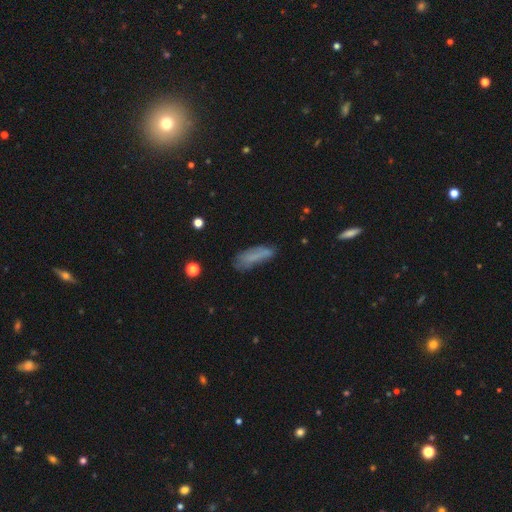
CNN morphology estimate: A smooth galaxy with no disk features (68%) that is cigar-shaped (53%). Merging: none (58%).